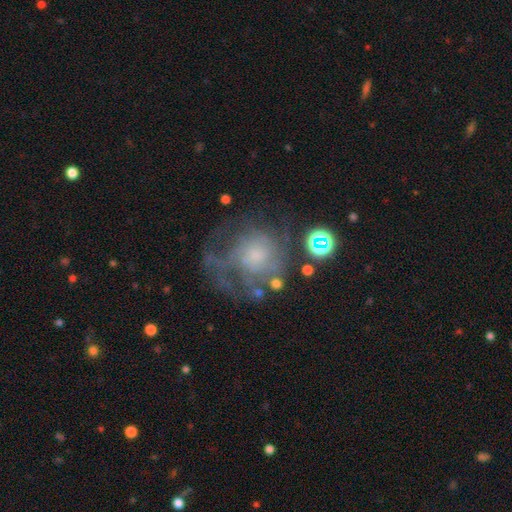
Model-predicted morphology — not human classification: Smooth or featured: featured or disk — 58% (smooth — 27%)
Edge-on disk: no — 97% (yes — 3%)
Bar: no — 82% (weak — 15%)
Spiral arms: yes — 58% (no — 42%)
Bulge size: small — 39% (moderate — 28%)
Merging: none — 43% (major disturbance — 33%)